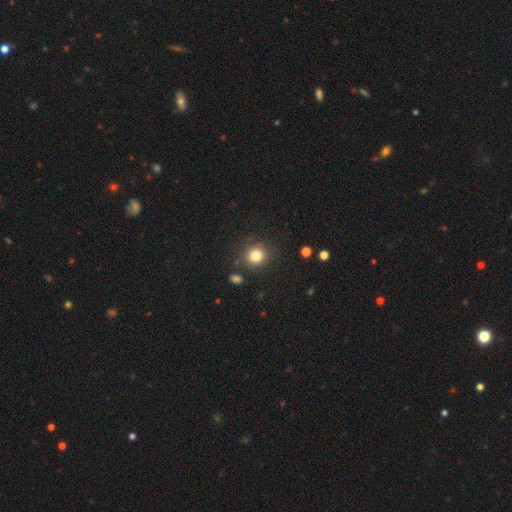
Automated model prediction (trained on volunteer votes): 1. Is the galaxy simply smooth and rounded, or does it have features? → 82% smooth, 12% star or artifact, 6% featured or disk.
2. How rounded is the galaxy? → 88% round, 11% in between, 1% cigar-shaped.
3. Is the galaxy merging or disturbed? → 84% none, 9% minor disturbance, 4% merger, 3% major disturbance.